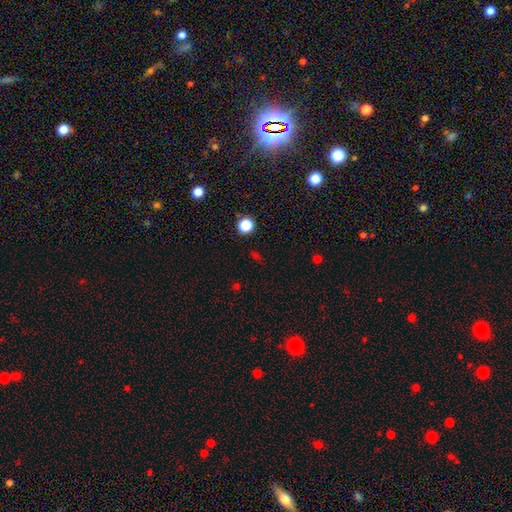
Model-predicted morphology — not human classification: This is possibly a smooth galaxy (47%). Merging: clearly none (84%).